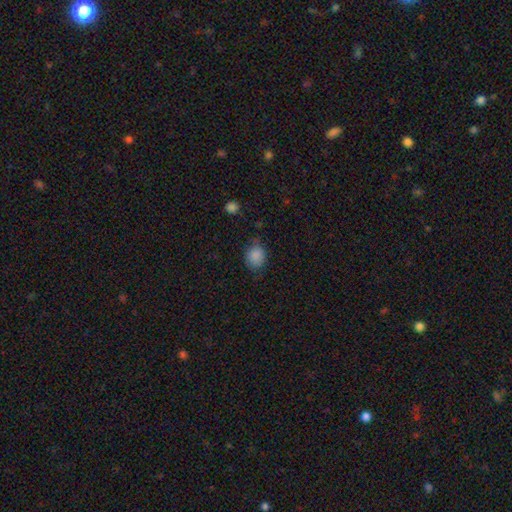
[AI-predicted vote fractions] Smooth or featured? Predicted: smooth (p=0.85). How rounded? Predicted: round (p=0.63). Merging? Predicted: none (p=0.67).